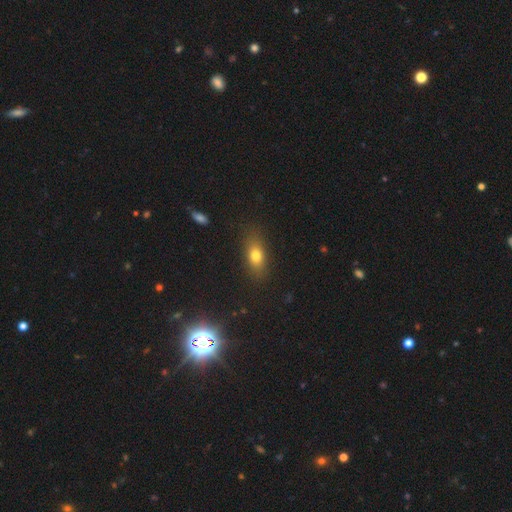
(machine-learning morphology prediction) Smooth or featured? smooth (75%)
How rounded? in between (75%)
Merging? none (82%)